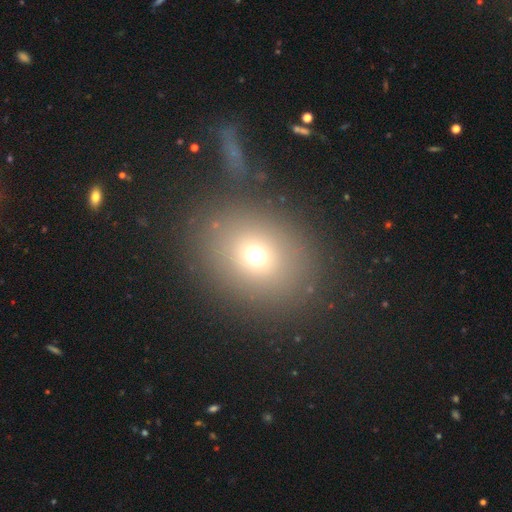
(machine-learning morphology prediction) A smooth galaxy with no disk features (69%) that is round (56%). Merging: none (80%).